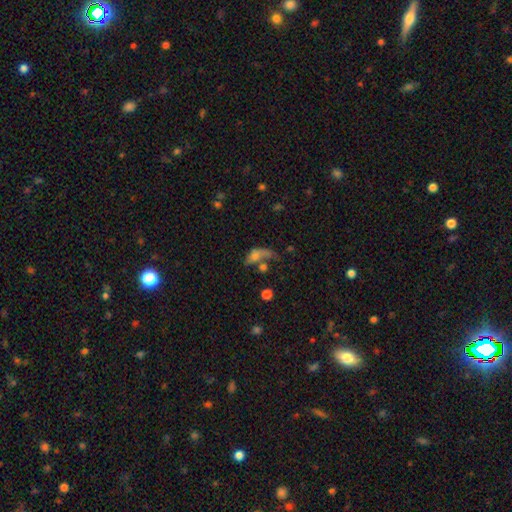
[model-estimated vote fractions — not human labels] Smooth or featured?
  - smooth: 53% *
  - featured or disk: 29%
  - star or artifact: 18%
How rounded?
  - in between: 71% *
  - round: 15%
  - cigar-shaped: 14%
Merging?
  - major disturbance: 33% *
  - merger: 28%
  - none: 24%
  - minor disturbance: 16%